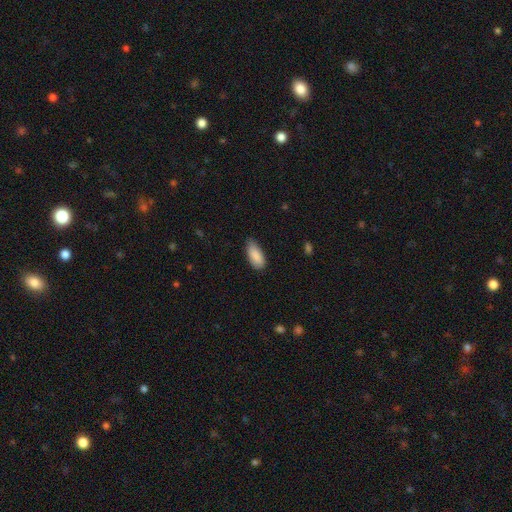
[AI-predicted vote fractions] smooth_or_featured: smooth (p=0.89) [alt: star or artifact p=0.06]
how_rounded: in between (p=0.85) [alt: cigar-shaped p=0.13]
merging: none (p=0.70) [alt: minor disturbance p=0.25]